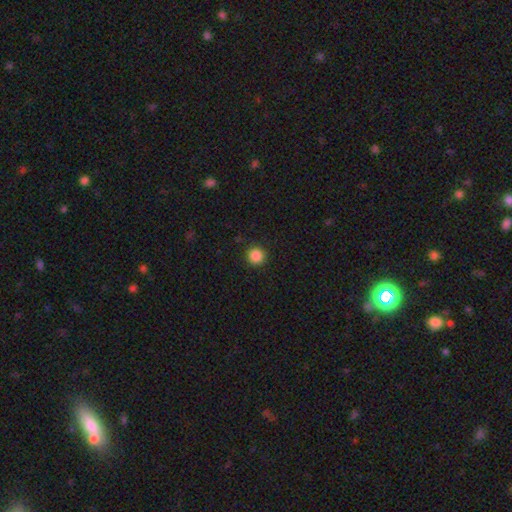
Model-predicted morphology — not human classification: Q: Smooth or featured?
A: smooth (87%); runner-up: star or artifact (11%)
Q: How rounded?
A: round (95%); runner-up: in between (4%)
Q: Merging?
A: none (92%); runner-up: minor disturbance (5%)